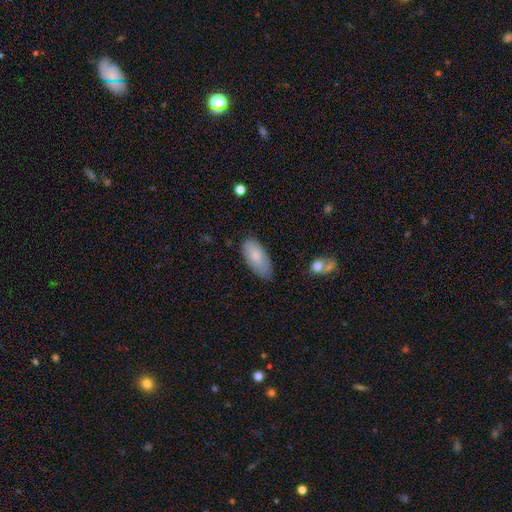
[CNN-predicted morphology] This is likely a smooth galaxy (78%). How rounded: clearly in between (89%). Merging: likely none (69%).